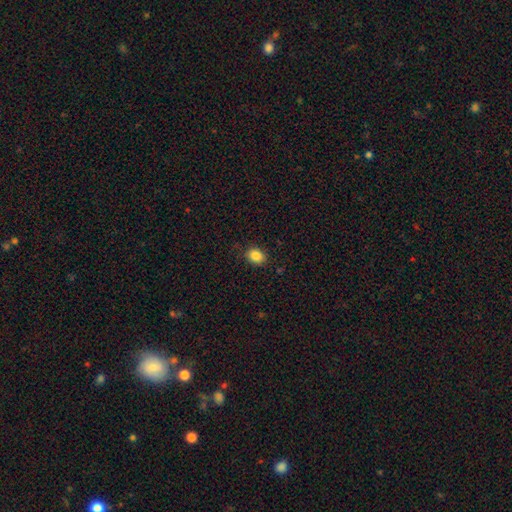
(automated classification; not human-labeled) This appears to be a smooth galaxy with no disk features (86%) that is in between round and cigar-shaped (52%). Merging: none (86%).